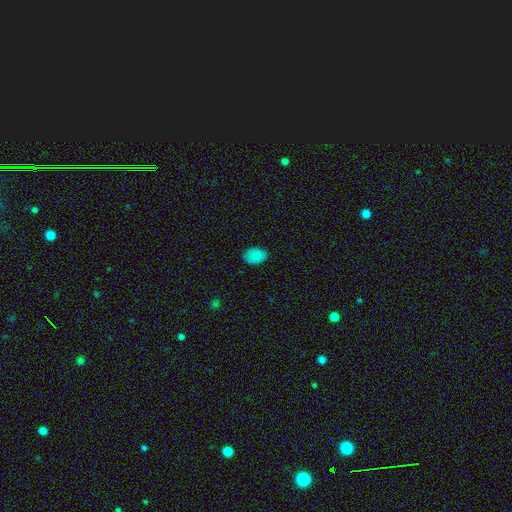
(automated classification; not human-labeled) Q: Smooth or featured?
A: smooth (85%); runner-up: star or artifact (11%)
Q: How rounded?
A: in between (87%); runner-up: round (11%)
Q: Merging?
A: none (84%); runner-up: minor disturbance (13%)